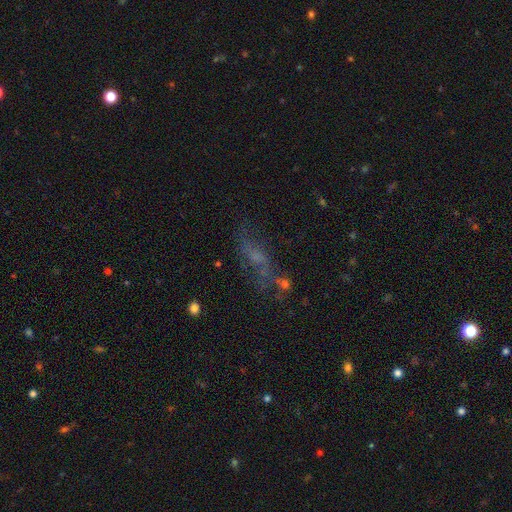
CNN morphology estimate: type=featured or disk (40%); merging=none (47%).